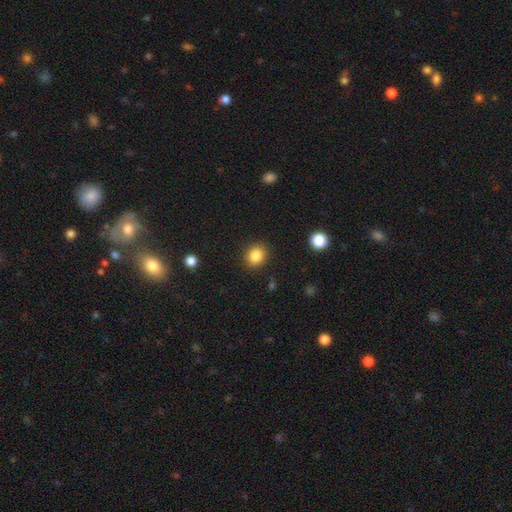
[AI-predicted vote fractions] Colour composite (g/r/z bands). It shows a smooth galaxy with no disk features (85%) that is round (71%). Merging: none (89%).